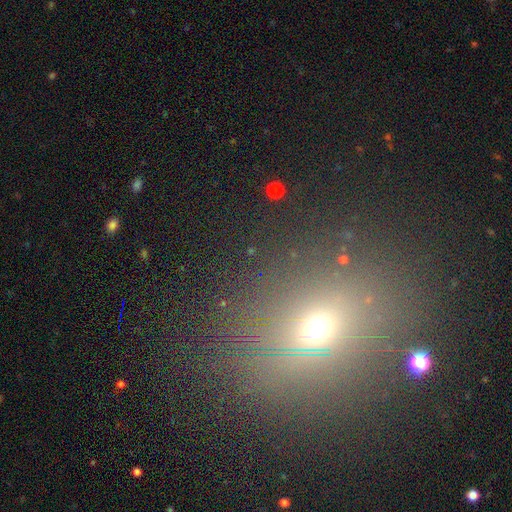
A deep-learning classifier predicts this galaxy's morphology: A smooth galaxy with no disk features (47%).

Vote fractions:
- Smooth or featured? smooth: 47% / star or artifact: 36% / featured or disk: 17%
- Merging? none: 83% / minor disturbance: 10% / major disturbance: 5% / merger: 3%